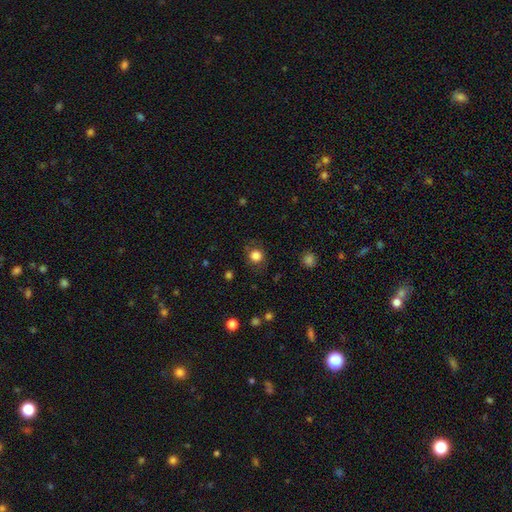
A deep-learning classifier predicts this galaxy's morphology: Overall: smooth (82%). How rounded: round (88%). Merging: none (80%).